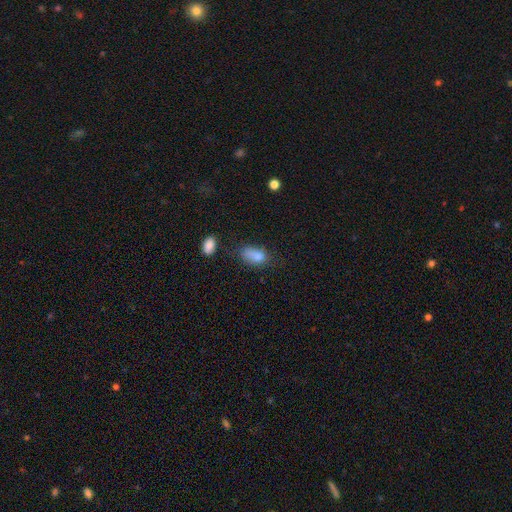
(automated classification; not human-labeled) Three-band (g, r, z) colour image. It shows a smooth galaxy with no disk features (79%) that is in between round and cigar-shaped (86%). Merging: none (41%).